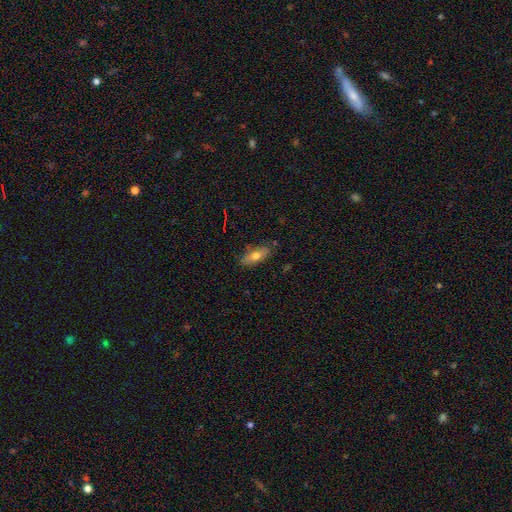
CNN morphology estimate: The model was most divided on "how rounded": in between: 68%, cigar-shaped: 29%, round: 3%. More confident: merging — none (82%); smooth or featured — smooth (67%).